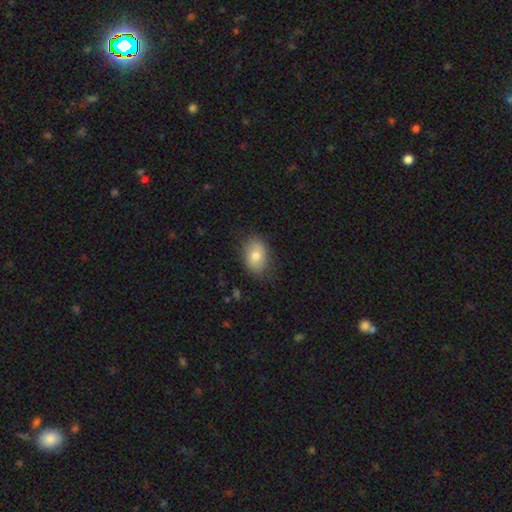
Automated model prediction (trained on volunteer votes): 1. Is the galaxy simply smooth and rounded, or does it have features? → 77% smooth, 15% featured or disk, 8% star or artifact.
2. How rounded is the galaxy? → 81% in between, 17% round, 1% cigar-shaped.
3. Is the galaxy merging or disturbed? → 82% none, 14% minor disturbance, 3% major disturbance, 1% merger.